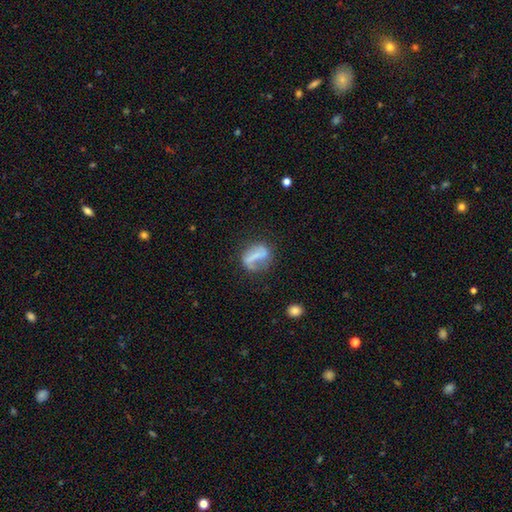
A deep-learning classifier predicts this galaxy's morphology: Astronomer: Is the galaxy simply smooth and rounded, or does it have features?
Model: featured or disk — 49% (runner-up: smooth, 41%).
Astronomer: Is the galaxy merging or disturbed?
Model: none — 52%.